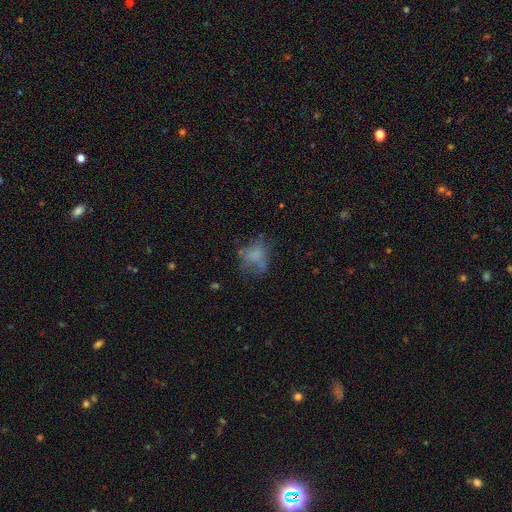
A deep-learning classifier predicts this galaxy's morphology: smooth_or_featured: smooth (p=0.56) [alt: featured or disk p=0.29]
how_rounded: in between (p=0.60) [alt: round p=0.39]
merging: none (p=0.46) [alt: major disturbance p=0.26]